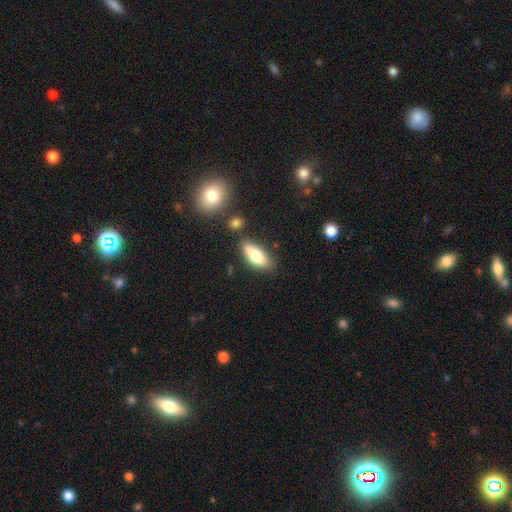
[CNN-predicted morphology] Smooth or featured? Predicted: smooth (p=0.74). How rounded? Predicted: in between (p=0.78). Merging? Predicted: none (p=0.78).